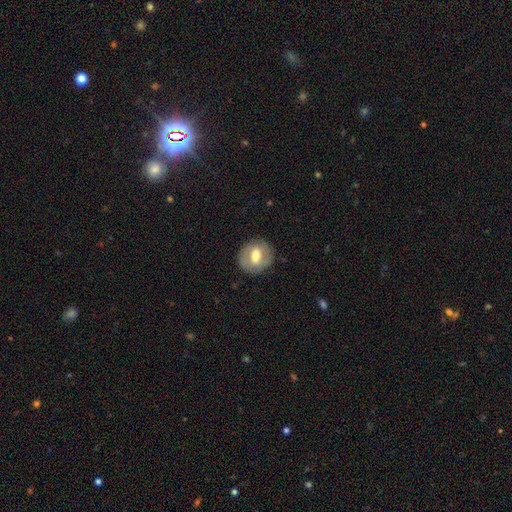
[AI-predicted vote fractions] Smooth or featured? featured or disk (47%)
Merging? none (84%)